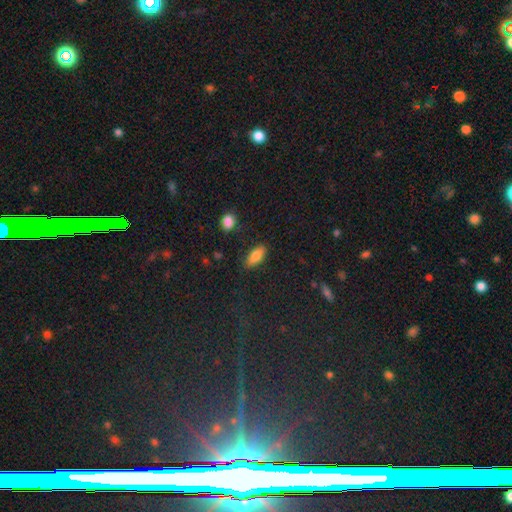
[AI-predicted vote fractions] Q: Smooth or featured?
A: smooth (83%); runner-up: featured or disk (9%)
Q: How rounded?
A: in between (81%); runner-up: cigar-shaped (17%)
Q: Merging?
A: none (85%); runner-up: minor disturbance (11%)